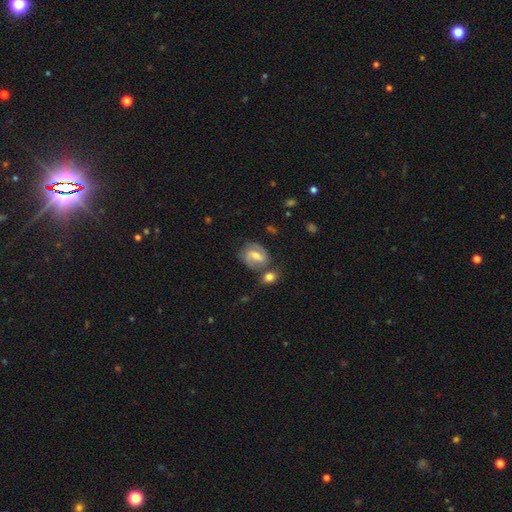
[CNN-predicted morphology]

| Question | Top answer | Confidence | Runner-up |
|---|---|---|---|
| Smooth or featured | featured or disk | 55% | smooth (37%) |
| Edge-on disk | no | 96% | yes (4%) |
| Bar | weak | 48% | strong (33%) |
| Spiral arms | yes | 79% | no (21%) |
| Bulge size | moderate | 58% | small (28%) |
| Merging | none | 59% | minor disturbance (17%) |